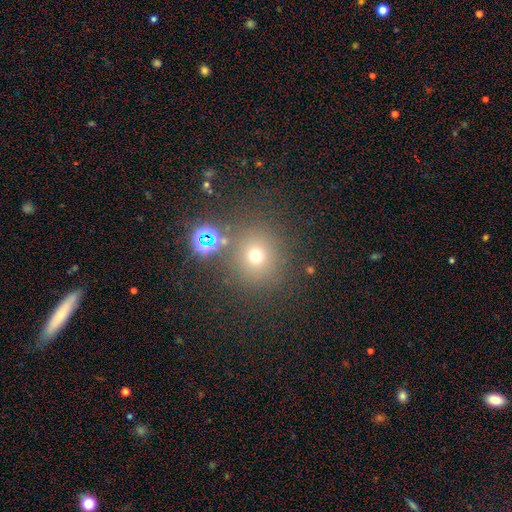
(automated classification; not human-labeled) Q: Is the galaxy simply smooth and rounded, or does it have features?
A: smooth — 67%.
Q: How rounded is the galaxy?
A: round — 90%.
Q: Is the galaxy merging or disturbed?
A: none — 80%.